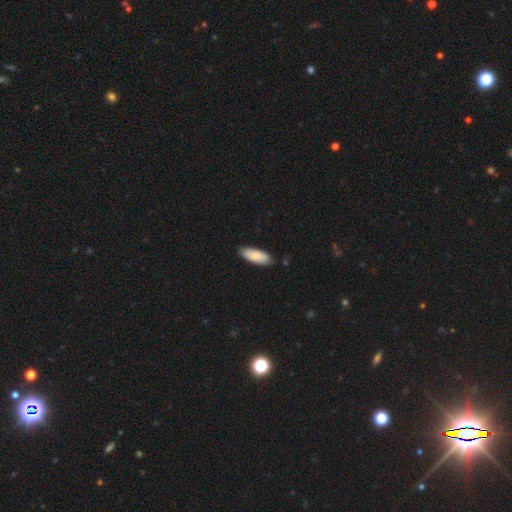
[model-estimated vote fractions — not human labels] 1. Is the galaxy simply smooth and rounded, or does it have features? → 86% smooth, 9% featured or disk, 5% star or artifact.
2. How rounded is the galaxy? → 75% in between, 23% cigar-shaped, 2% round.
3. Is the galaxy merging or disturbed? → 85% none, 12% minor disturbance, 2% major disturbance, 1% merger.